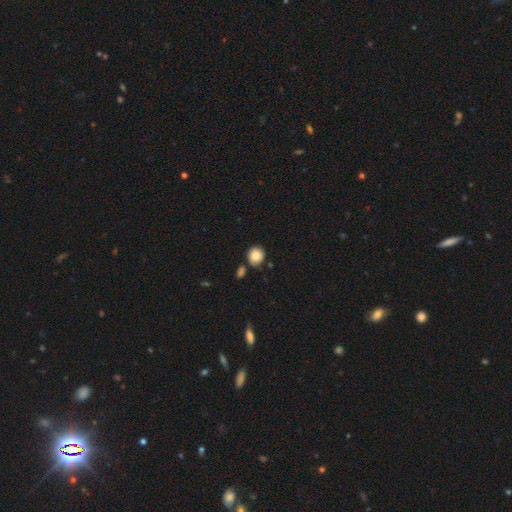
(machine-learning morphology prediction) Smooth or featured? Predicted: smooth (p=0.86). How rounded? Predicted: round (p=0.87). Merging? Predicted: none (p=0.74).